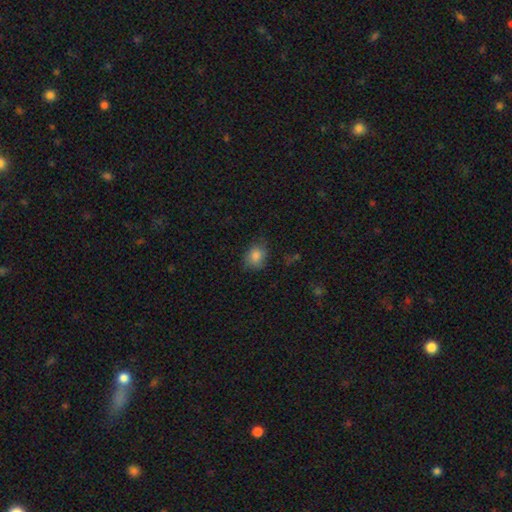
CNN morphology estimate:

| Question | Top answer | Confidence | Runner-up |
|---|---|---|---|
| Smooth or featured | smooth | 84% | star or artifact (9%) |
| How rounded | round | 55% | in between (44%) |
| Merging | none | 69% | minor disturbance (23%) |